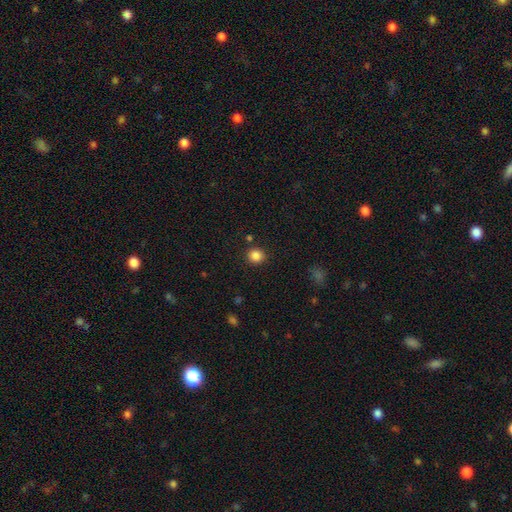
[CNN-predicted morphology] Smooth or featured? Predicted: smooth (p=0.85). How rounded? Predicted: round (p=0.89). Merging? Predicted: none (p=0.88).